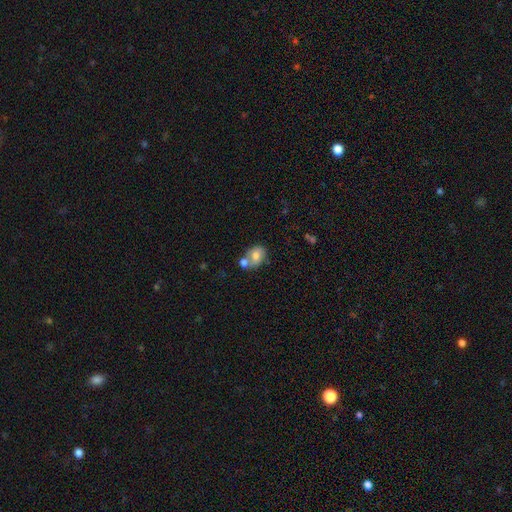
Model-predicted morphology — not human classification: Smooth or featured: smooth — 66% (featured or disk — 26%)
How rounded: in between — 64% (round — 34%)
Merging: none — 44% (merger — 36%)